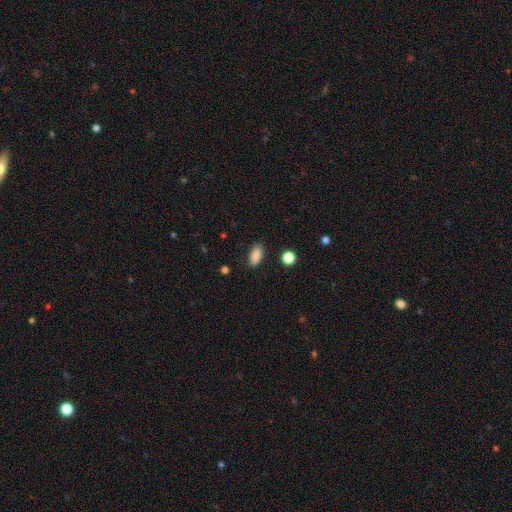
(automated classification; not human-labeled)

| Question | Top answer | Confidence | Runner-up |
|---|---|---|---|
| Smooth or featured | smooth | 87% | star or artifact (9%) |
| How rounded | in between | 88% | cigar-shaped (8%) |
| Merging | none | 83% | minor disturbance (12%) |